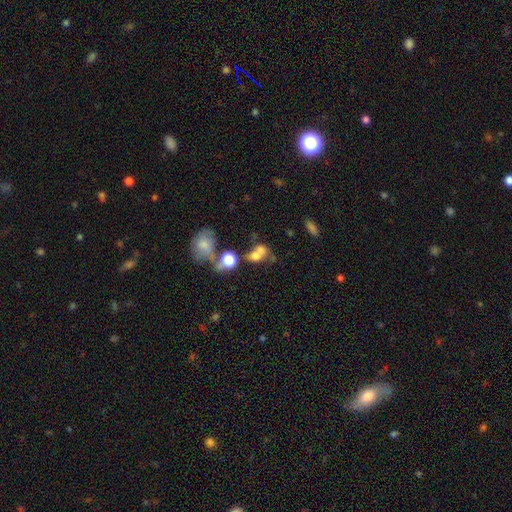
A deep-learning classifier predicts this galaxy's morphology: This appears to be a smooth galaxy with no disk features (67%) that is round (54%). Merging: merger (54%).